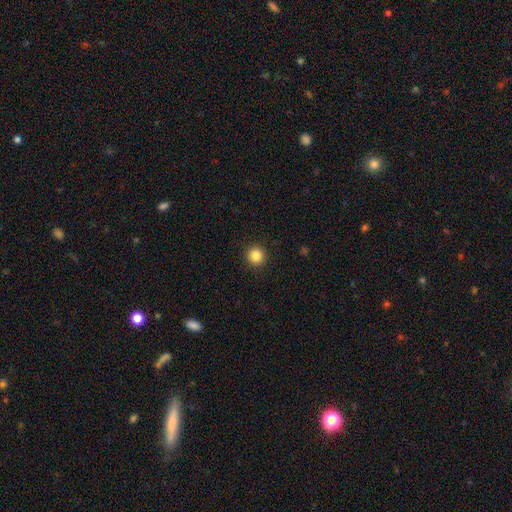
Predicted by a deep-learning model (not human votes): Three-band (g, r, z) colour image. It shows a smooth galaxy with no disk features (85%) that is round (95%). Merging: none (93%).